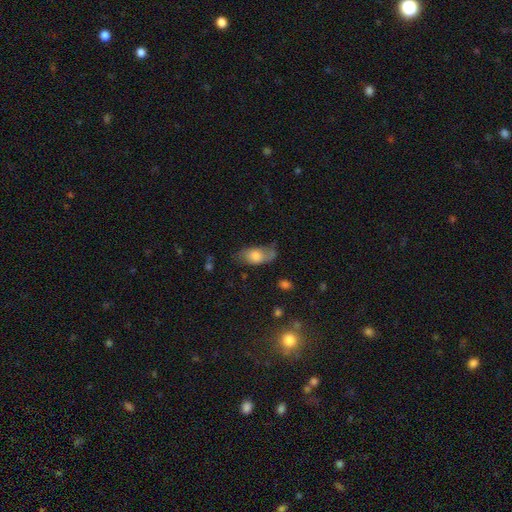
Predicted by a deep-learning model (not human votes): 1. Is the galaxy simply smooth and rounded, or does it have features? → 68% smooth, 25% featured or disk, 8% star or artifact.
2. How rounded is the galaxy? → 89% in between, 6% cigar-shaped, 5% round.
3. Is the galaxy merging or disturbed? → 50% none, 32% minor disturbance, 14% major disturbance, 3% merger.